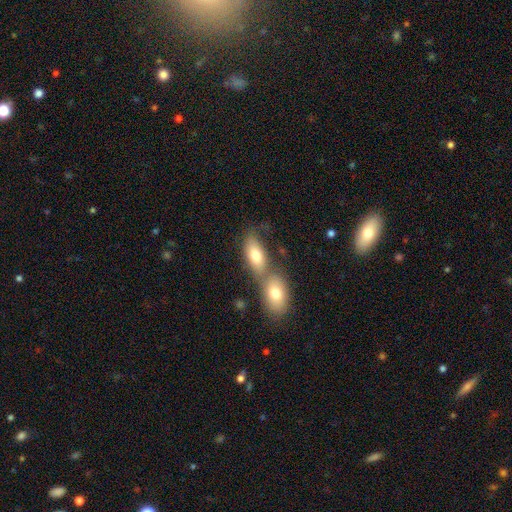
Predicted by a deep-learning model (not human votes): This is likely a smooth galaxy (75%). How rounded: clearly in between (87%). Merging: possibly merger (56%).